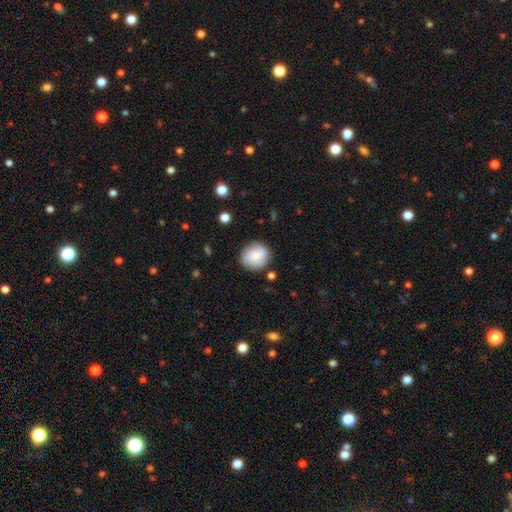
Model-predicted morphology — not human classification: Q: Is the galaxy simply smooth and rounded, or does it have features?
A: smooth — 75%.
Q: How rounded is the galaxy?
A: round — 85%.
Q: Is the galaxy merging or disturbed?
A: none — 84%.